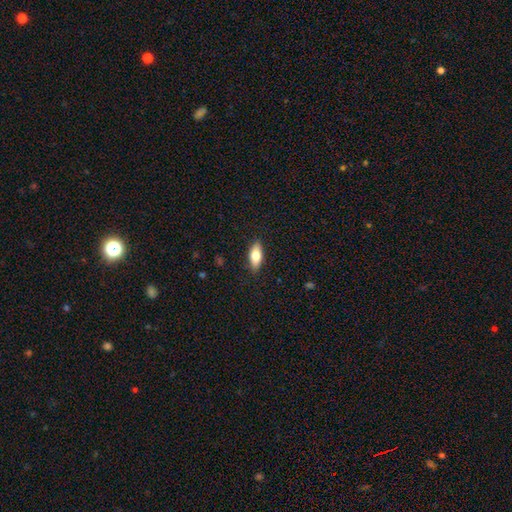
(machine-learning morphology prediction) Smooth or featured: smooth — 71% (featured or disk — 22%)
How rounded: in between — 78% (cigar-shaped — 19%)
Merging: none — 88% (minor disturbance — 9%)